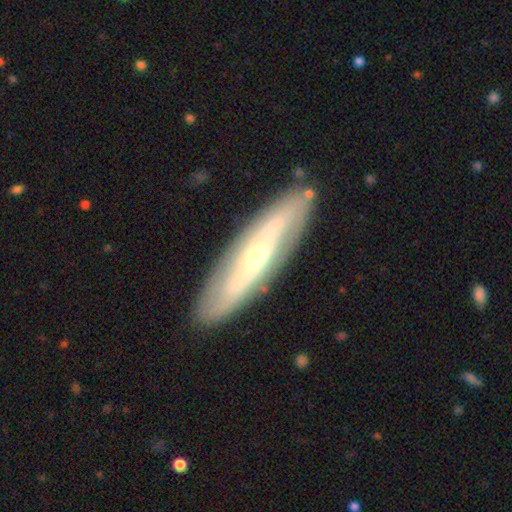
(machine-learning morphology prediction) This is likely a featured or disk galaxy (69%). It is likely not viewed edge-on (64%). Merging: clearly none (86%).